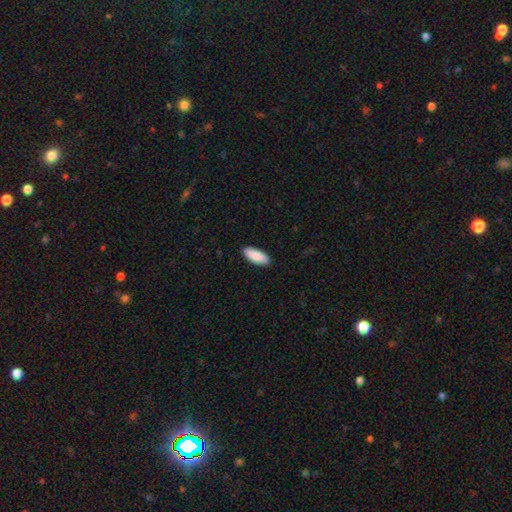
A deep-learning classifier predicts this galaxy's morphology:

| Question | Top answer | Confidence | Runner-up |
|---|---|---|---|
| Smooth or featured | smooth | 90% | star or artifact (5%) |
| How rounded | in between | 79% | cigar-shaped (19%) |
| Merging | none | 90% | minor disturbance (7%) |